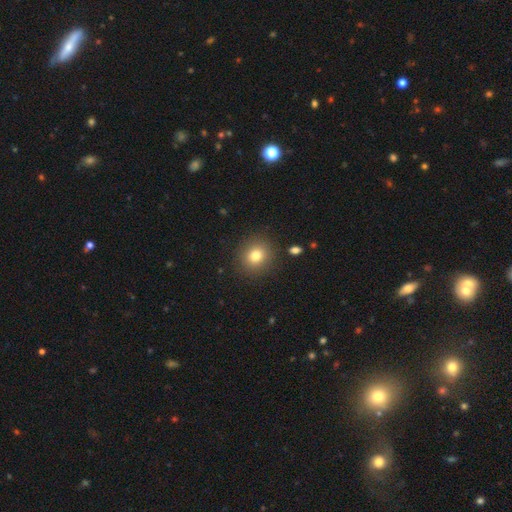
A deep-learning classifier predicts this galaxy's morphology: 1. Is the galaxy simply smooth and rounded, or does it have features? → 80% smooth, 12% star or artifact, 9% featured or disk.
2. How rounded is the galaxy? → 85% round, 14% in between, 1% cigar-shaped.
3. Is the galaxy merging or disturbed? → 89% none, 7% minor disturbance, 3% major disturbance, 2% merger.